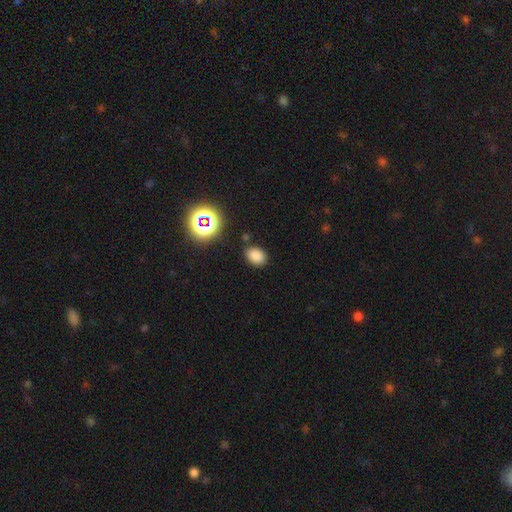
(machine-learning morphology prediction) This is likely a smooth galaxy (79%). How rounded: likely in between (69%). Merging: clearly none (84%).